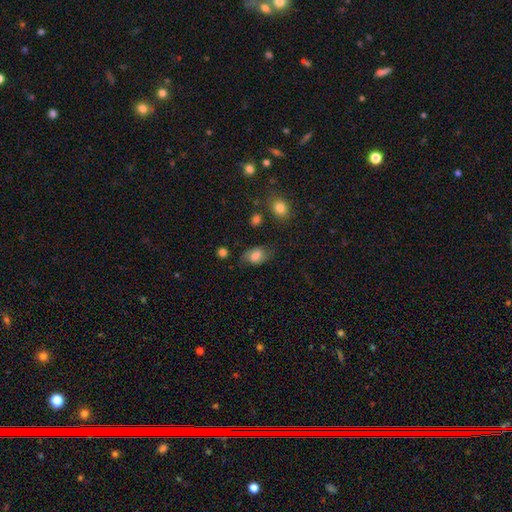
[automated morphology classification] Smooth or featured? smooth (72%)
How rounded? in between (81%)
Merging? none (66%)